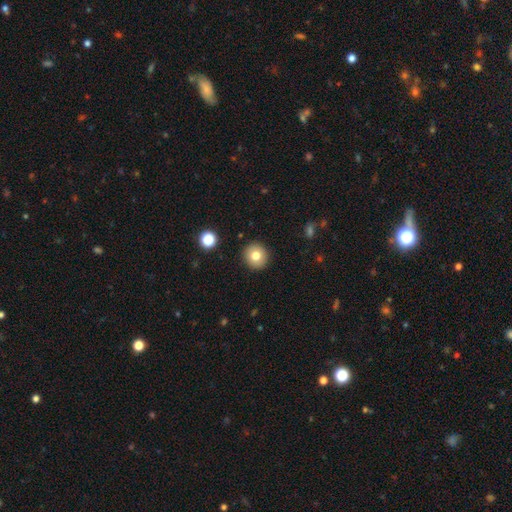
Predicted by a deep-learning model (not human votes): A smooth galaxy with no disk features (78%) that is round (93%). Merging: none (91%).